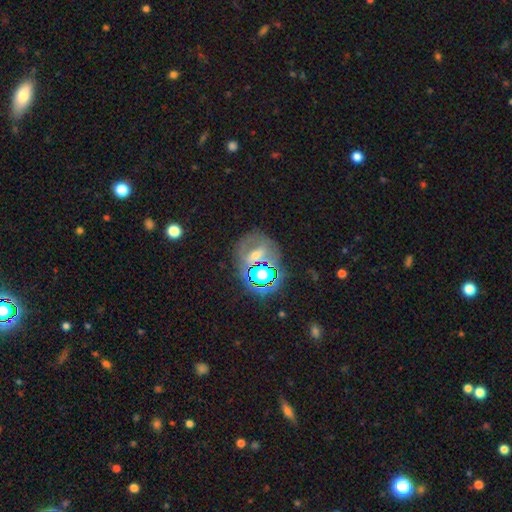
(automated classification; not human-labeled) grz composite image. It shows a star or artifact, not a galaxy (34%).